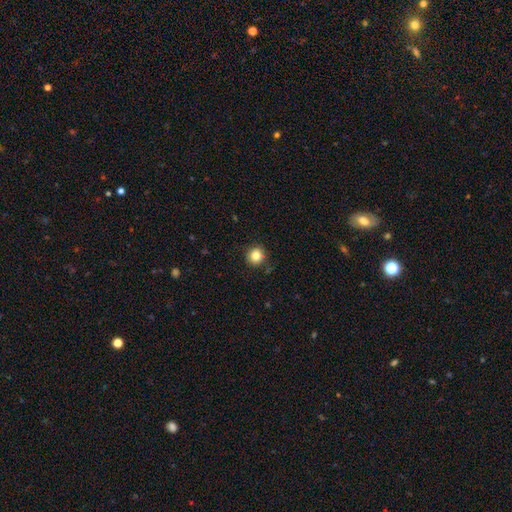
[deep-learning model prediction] Smooth or featured: smooth — 83% (star or artifact — 11%)
How rounded: round — 93% (in between — 6%)
Merging: none — 89% (minor disturbance — 8%)